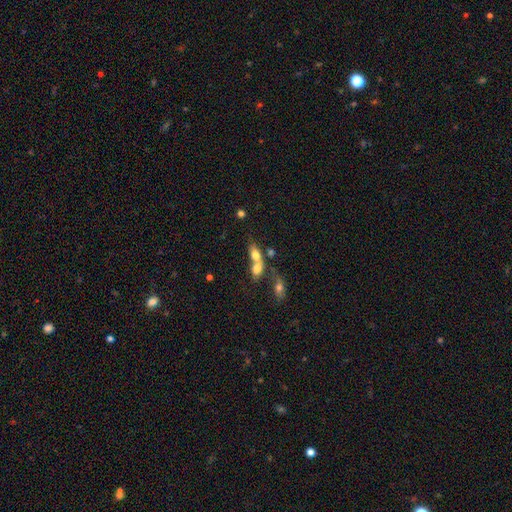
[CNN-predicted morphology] Smooth or featured: smooth — 72% (featured or disk — 18%)
How rounded: in between — 78% (round — 16%)
Merging: merger — 70% (none — 18%)